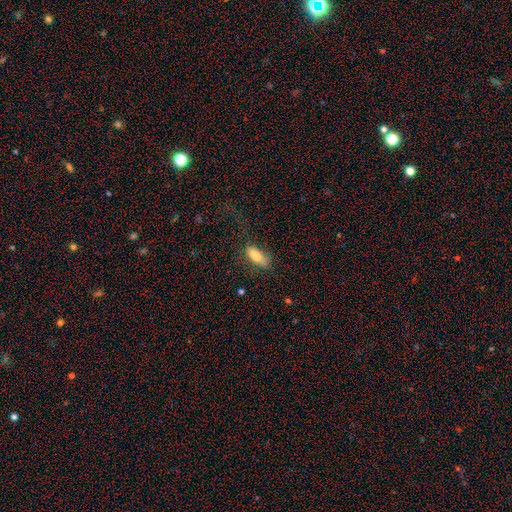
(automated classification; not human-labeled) Smooth or featured? smooth (82%)
How rounded? in between (83%)
Merging? none (56%)